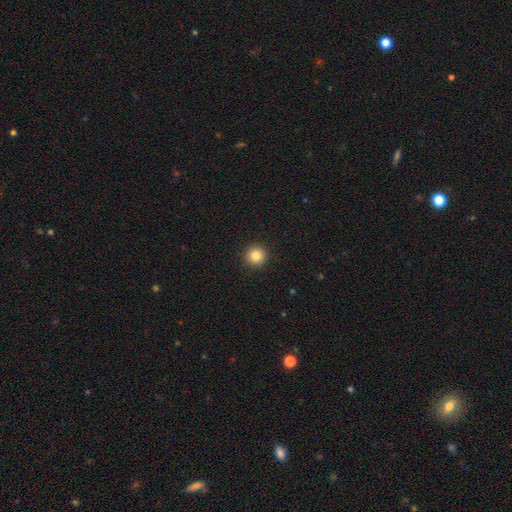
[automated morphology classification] This appears to be a smooth galaxy with no disk features (83%) that is round (95%). Merging: none (93%).